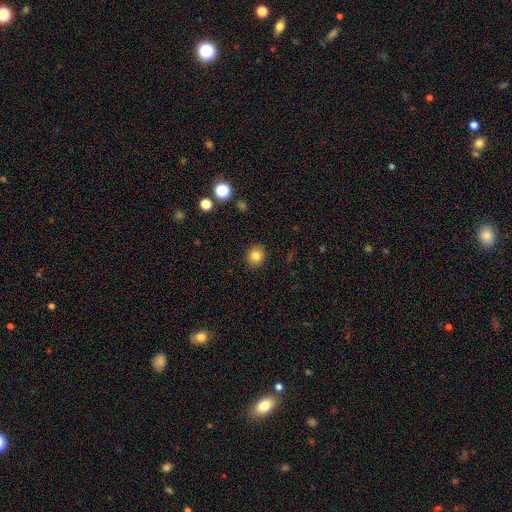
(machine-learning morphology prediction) smooth 82%, star or artifact 11%, featured or disk 7%. Down the decision tree: how rounded — round (79%); merging — none (91%).